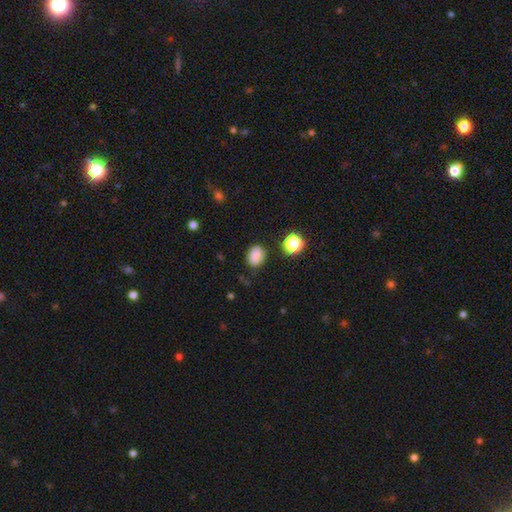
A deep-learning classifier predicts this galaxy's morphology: smooth 85%, star or artifact 11%, featured or disk 4%. Down the decision tree: how rounded — in between (65%); merging — none (81%).